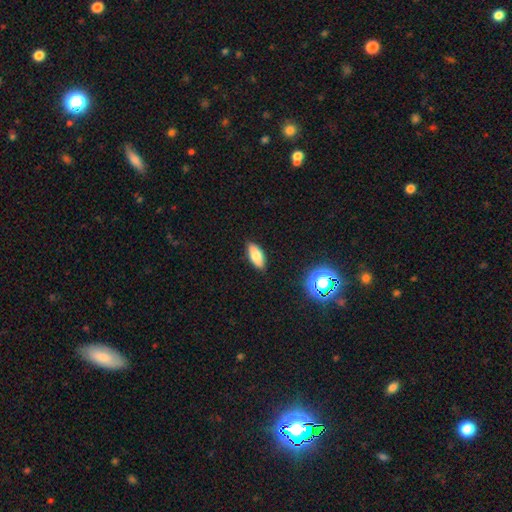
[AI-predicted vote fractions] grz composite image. It shows a smooth galaxy with no disk features (77%) that is in between round and cigar-shaped (81%). Merging: none (86%).